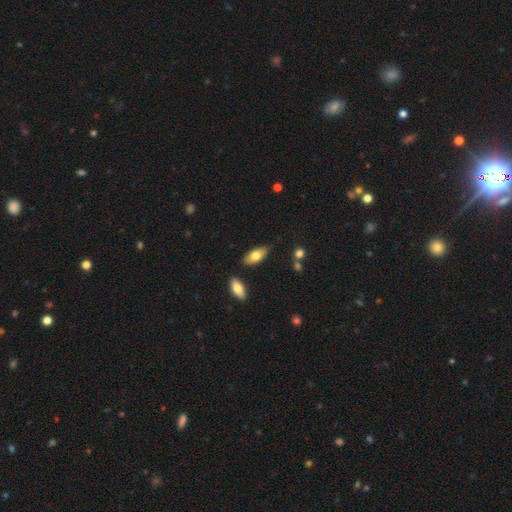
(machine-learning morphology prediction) Smooth or featured? smooth (76%)
How rounded? in between (85%)
Merging? none (79%)